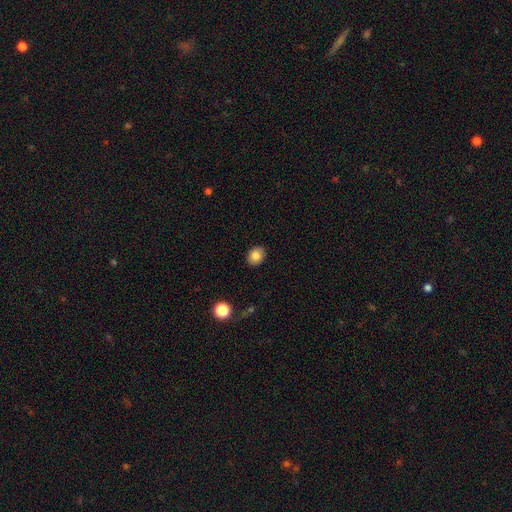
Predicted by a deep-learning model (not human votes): smooth_or_featured: smooth (p=0.84) [alt: star or artifact p=0.09]
how_rounded: round (p=0.51) [alt: in between p=0.48]
merging: none (p=0.89) [alt: minor disturbance p=0.08]